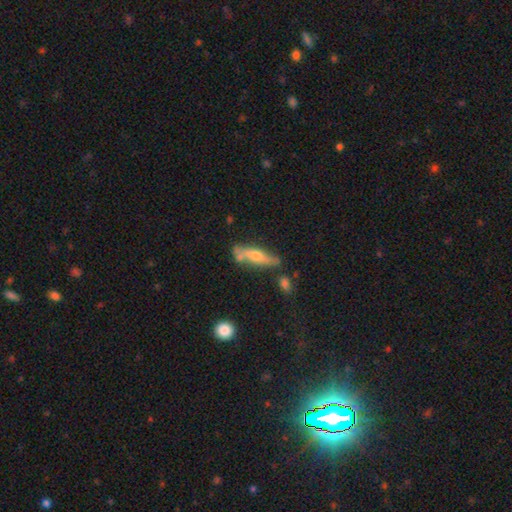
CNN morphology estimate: A featured or disk galaxy (54%) viewed edge-on (82%).

Vote fractions:
- Smooth or featured? featured or disk: 54% / smooth: 39% / star or artifact: 7%
- Edge-on disk? yes: 82% / no: 18%
- Merging? none: 62% / minor disturbance: 19% / merger: 12% / major disturbance: 6%